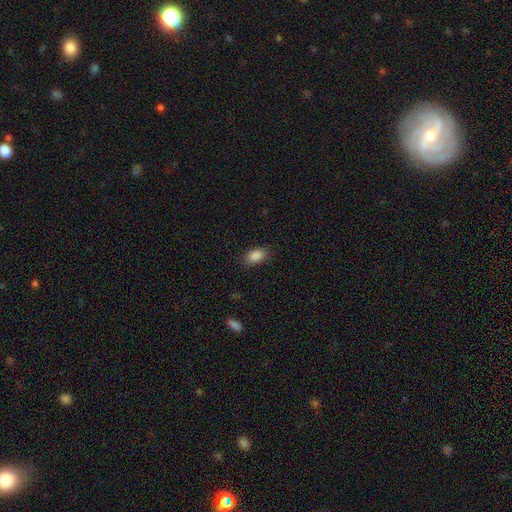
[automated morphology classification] smooth-or-featured: smooth: 88% | star or artifact: 8% | featured or disk: 4%
  how-rounded: in between: 90% | round: 8% | cigar-shaped: 3%
  merging: none: 85% | minor disturbance: 11% | major disturbance: 3% | merger: 1%